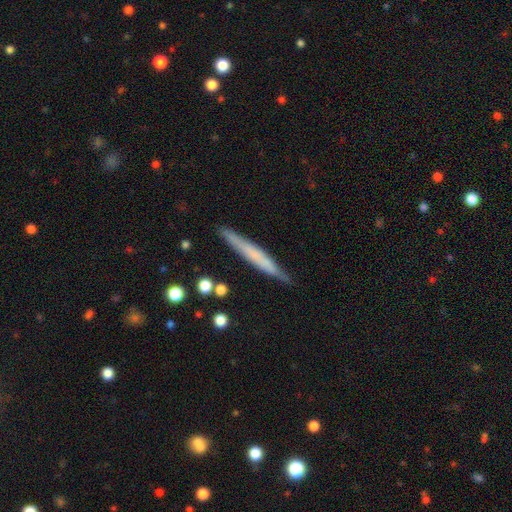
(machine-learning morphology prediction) smooth 53%, featured or disk 41%, star or artifact 6%. Down the decision tree: how rounded — cigar-shaped (96%); merging — none (86%).